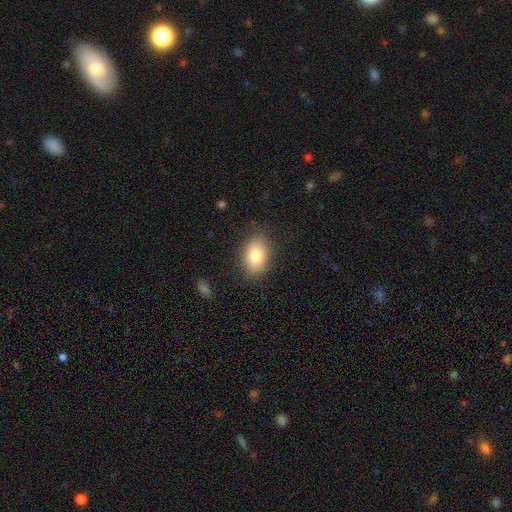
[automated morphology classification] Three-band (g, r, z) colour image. It shows a smooth galaxy with no disk features (80%) that is in between round and cigar-shaped (85%). Merging: none (83%).